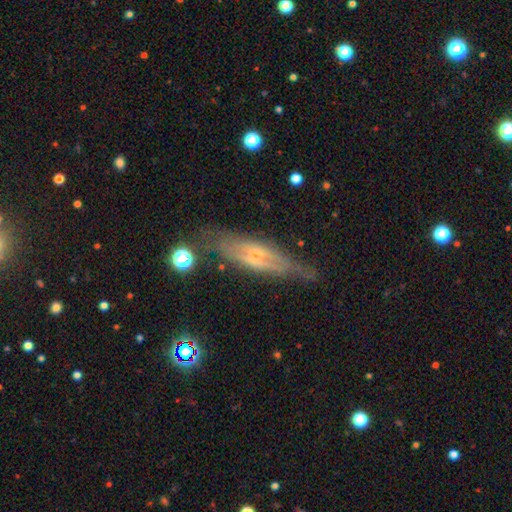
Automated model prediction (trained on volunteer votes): Smooth or featured: featured or disk — 67% (smooth — 24%)
Edge-on disk: yes — 73% (no — 27%)
Merging: none — 74% (minor disturbance — 18%)